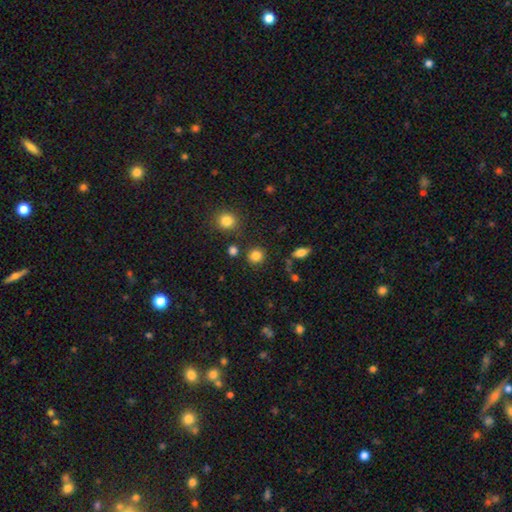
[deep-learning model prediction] Morphology: type=smooth (84%); roundness=round (89%); merging=none (85%).